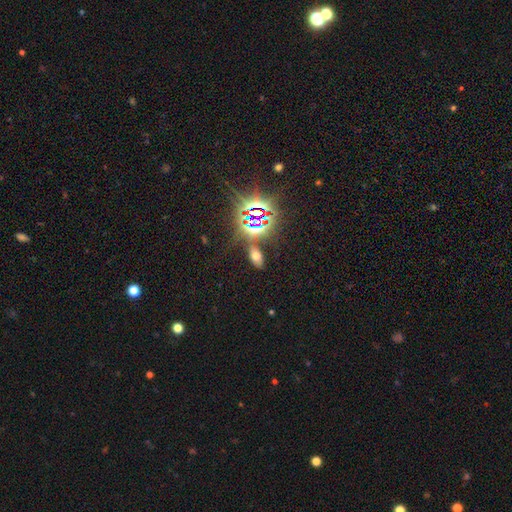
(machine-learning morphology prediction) A smooth galaxy with no disk features (49%).

Vote fractions:
- Smooth or featured? smooth: 49% / star or artifact: 39% / featured or disk: 11%
- Merging? none: 80% / minor disturbance: 10% / merger: 5% / major disturbance: 4%